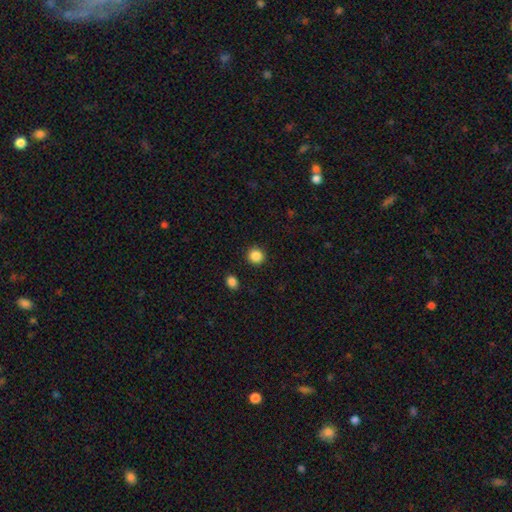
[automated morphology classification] smooth 87%, star or artifact 10%, featured or disk 3%. Down the decision tree: how rounded — round (94%); merging — none (92%).